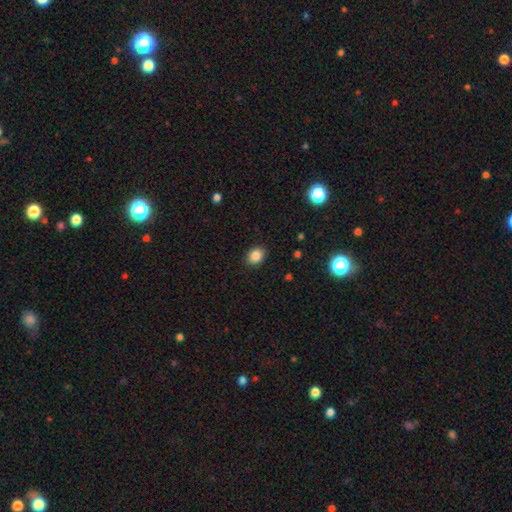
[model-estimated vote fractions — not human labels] A smooth galaxy with no disk features (86%) that is in between round and cigar-shaped (55%).

Vote fractions:
- Smooth or featured? smooth: 86% / star or artifact: 9% / featured or disk: 5%
- How rounded? in between: 55% / round: 44% / cigar-shaped: 1%
- Merging? none: 89% / minor disturbance: 8% / major disturbance: 2% / merger: 1%